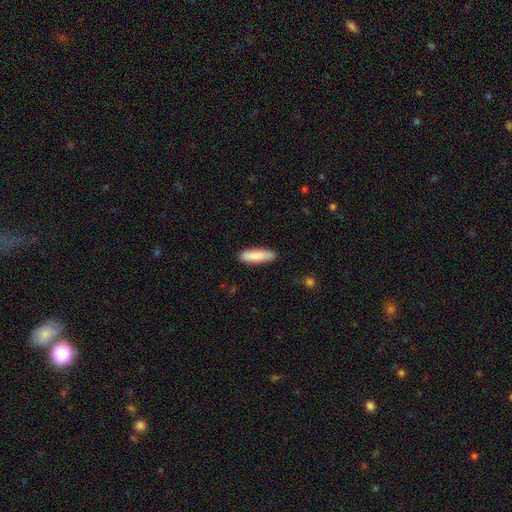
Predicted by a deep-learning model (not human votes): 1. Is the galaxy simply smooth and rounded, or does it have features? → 87% smooth, 7% featured or disk, 6% star or artifact.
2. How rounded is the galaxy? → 60% cigar-shaped, 38% in between, 1% round.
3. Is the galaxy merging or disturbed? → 86% none, 10% minor disturbance, 2% major disturbance, 1% merger.